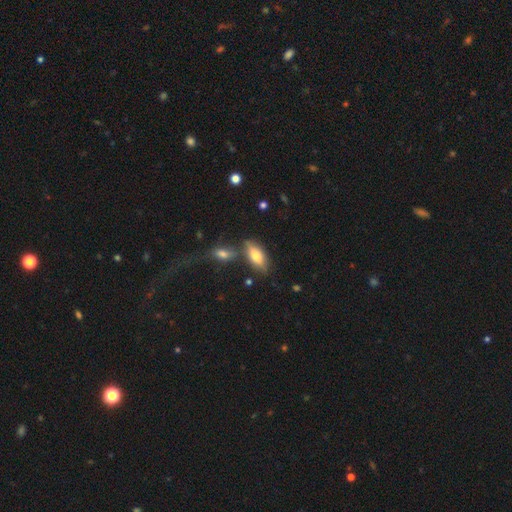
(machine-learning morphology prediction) smooth_or_featured: smooth (p=0.69) [alt: featured or disk p=0.24]
how_rounded: in between (p=0.81) [alt: cigar-shaped p=0.17]
merging: none (p=0.63) [alt: minor disturbance p=0.16]